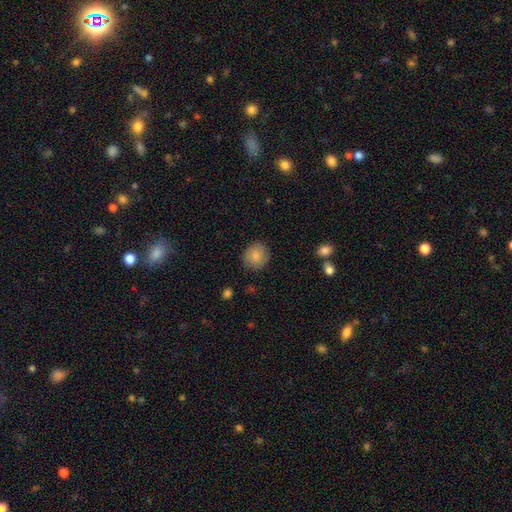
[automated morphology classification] Q: Smooth or featured?
A: smooth (85%); runner-up: star or artifact (8%)
Q: How rounded?
A: round (88%); runner-up: in between (12%)
Q: Merging?
A: none (87%); runner-up: minor disturbance (9%)